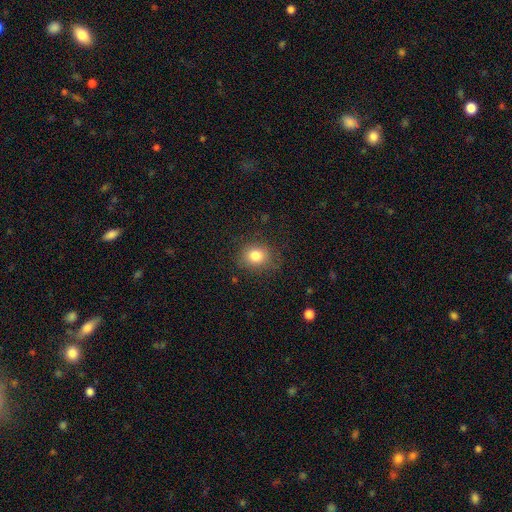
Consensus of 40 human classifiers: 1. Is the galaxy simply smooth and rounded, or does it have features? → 82% smooth, 12% featured or disk, 5% star or artifact.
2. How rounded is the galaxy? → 67% round, 30% in between, 3% cigar-shaped.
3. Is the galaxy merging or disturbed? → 76% none, 18% minor disturbance, 5% major disturbance, 0% merger.